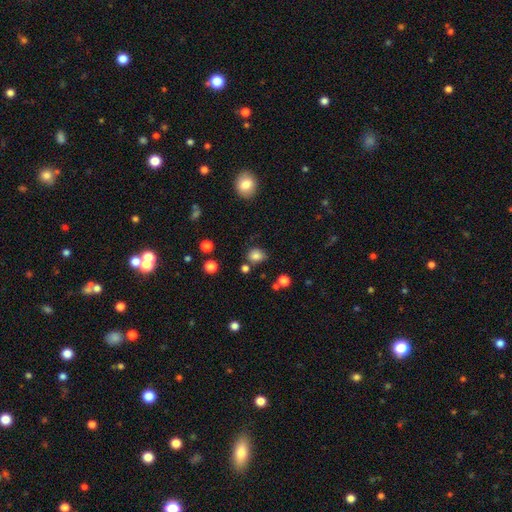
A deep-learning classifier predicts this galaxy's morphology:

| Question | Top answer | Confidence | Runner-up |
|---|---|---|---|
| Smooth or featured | smooth | 82% | star or artifact (13%) |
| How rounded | round | 58% | in between (41%) |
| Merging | none | 70% | minor disturbance (18%) |